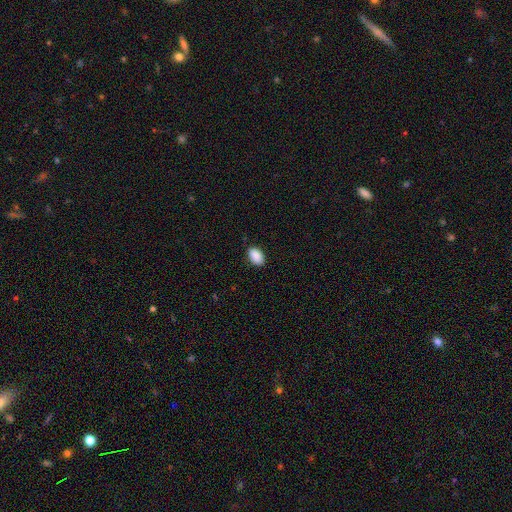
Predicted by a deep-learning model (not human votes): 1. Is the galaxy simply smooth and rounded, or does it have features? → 91% smooth, 7% star or artifact, 3% featured or disk.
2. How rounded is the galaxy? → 91% in between, 8% round, 1% cigar-shaped.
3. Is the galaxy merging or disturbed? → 88% none, 10% minor disturbance, 2% major disturbance, 1% merger.